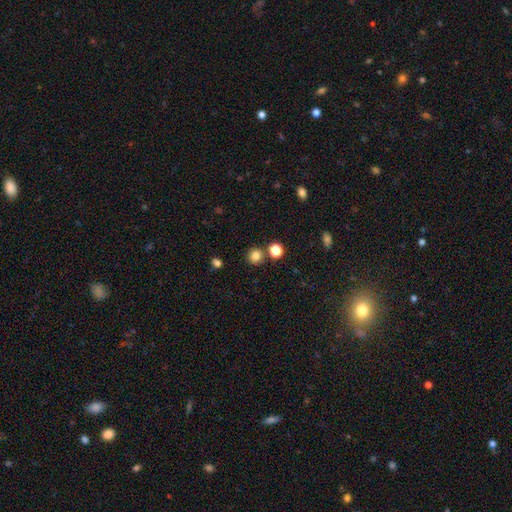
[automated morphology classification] type=smooth (82%); roundness=round (91%); merging=none (82%).